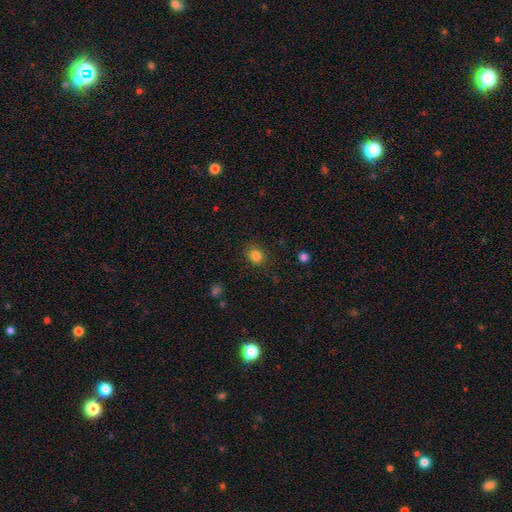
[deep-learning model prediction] The model was most divided on "how rounded": round: 61%, in between: 38%, cigar-shaped: 1%. More confident: merging — none (86%); smooth or featured — smooth (83%).